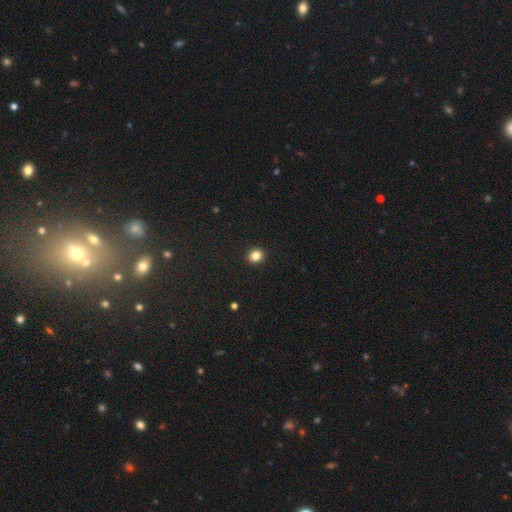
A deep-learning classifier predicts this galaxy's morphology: smooth-or-featured: smooth: 83% | star or artifact: 11% | featured or disk: 5%
  how-rounded: round: 82% | in between: 17% | cigar-shaped: 1%
  merging: none: 93% | minor disturbance: 5% | major disturbance: 2% | merger: 1%